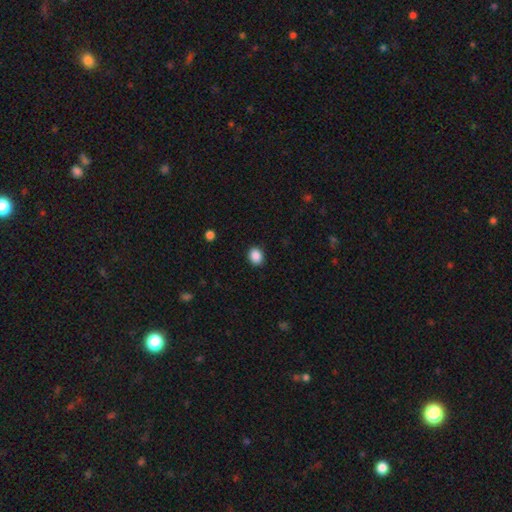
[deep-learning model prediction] Morphology: type=smooth (89%); roundness=round (55%); merging=none (90%).